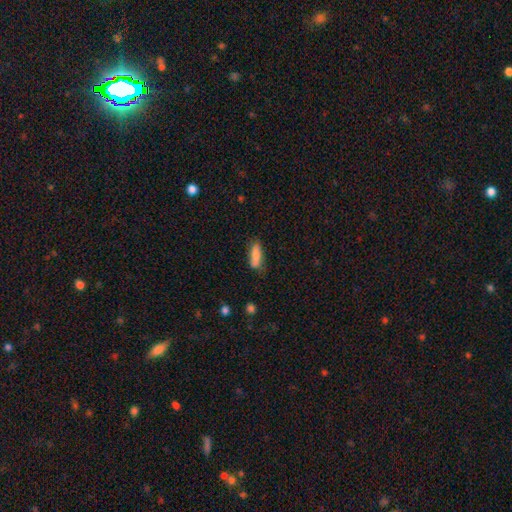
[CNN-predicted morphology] smooth-or-featured: smooth: 81% | featured or disk: 11% | star or artifact: 7%
  how-rounded: in between: 55% | cigar-shaped: 42% | round: 2%
  merging: none: 62% | minor disturbance: 25% | major disturbance: 6% | merger: 6%